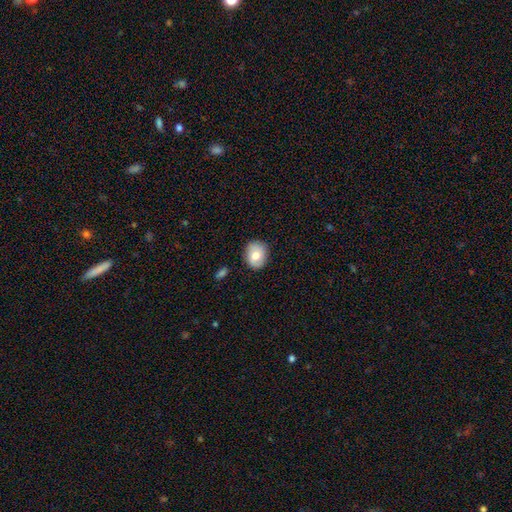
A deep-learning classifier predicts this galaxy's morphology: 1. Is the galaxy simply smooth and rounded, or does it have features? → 72% smooth, 20% featured or disk, 8% star or artifact.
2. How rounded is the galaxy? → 55% round, 44% in between, 1% cigar-shaped.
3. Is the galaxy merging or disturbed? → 83% none, 13% minor disturbance, 3% major disturbance, 1% merger.